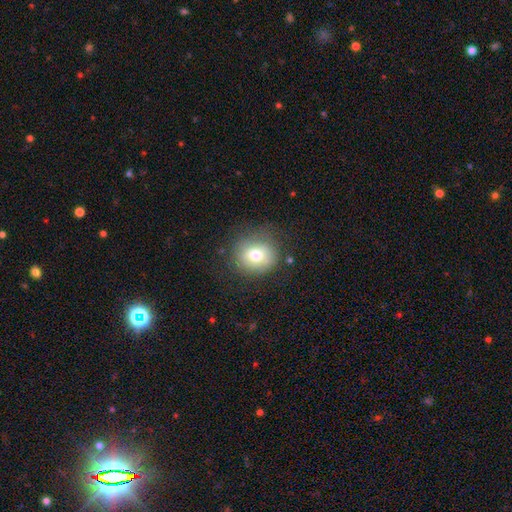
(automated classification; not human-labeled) This appears to be a smooth galaxy with no disk features (74%) that is round (81%). Merging: none (75%).